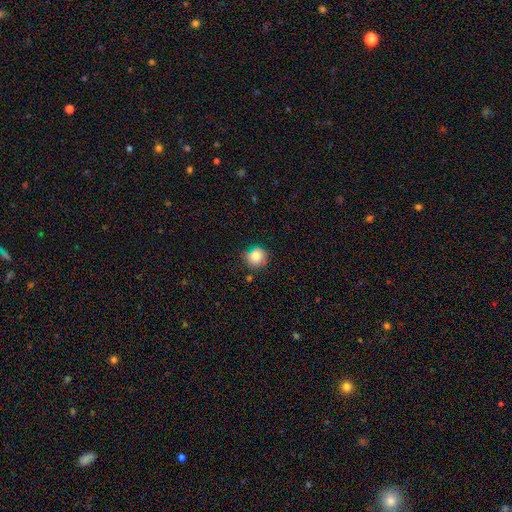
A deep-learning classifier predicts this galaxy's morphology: Smooth or featured: smooth — 82% (star or artifact — 10%)
How rounded: round — 91% (in between — 8%)
Merging: none — 77% (minor disturbance — 17%)